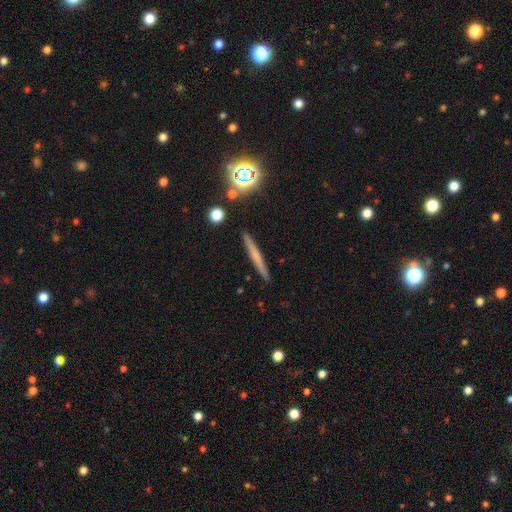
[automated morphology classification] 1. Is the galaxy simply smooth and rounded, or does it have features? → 51% smooth, 38% featured or disk, 11% star or artifact.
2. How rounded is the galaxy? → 94% cigar-shaped, 3% in between, 3% round.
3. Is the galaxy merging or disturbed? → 91% none, 6% minor disturbance, 1% major disturbance, 1% merger.